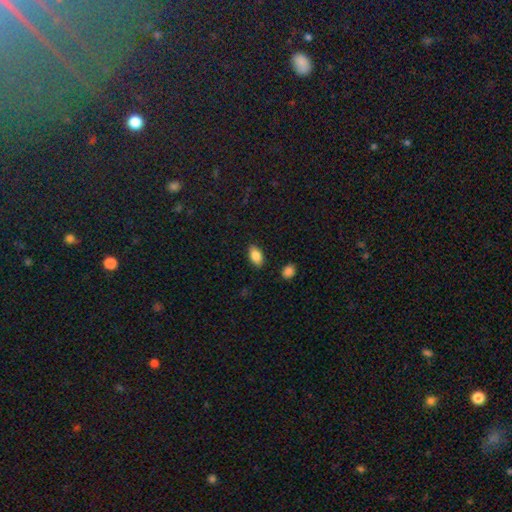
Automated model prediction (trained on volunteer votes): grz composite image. It shows a smooth galaxy with no disk features (86%) that is in between round and cigar-shaped (91%). Merging: none (86%).